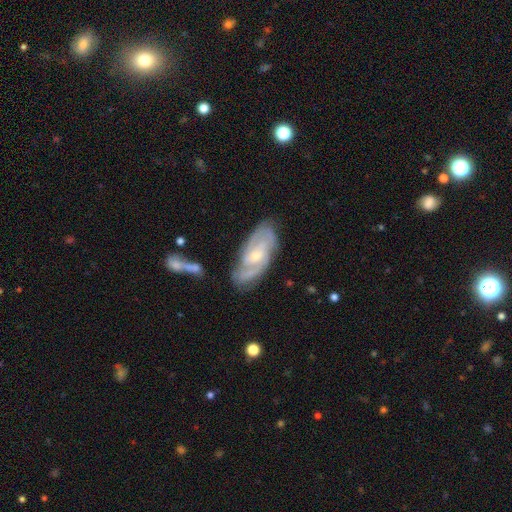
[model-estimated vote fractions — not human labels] Smooth or featured? featured or disk (82%)
Edge-on disk? no (93%)
Bar? no (49%)
Spiral arms? yes (94%)
Spiral winding? tight (50%)
Spiral arm count? 2 (45%)
Bulge size? small (60%)
Merging? none (73%)